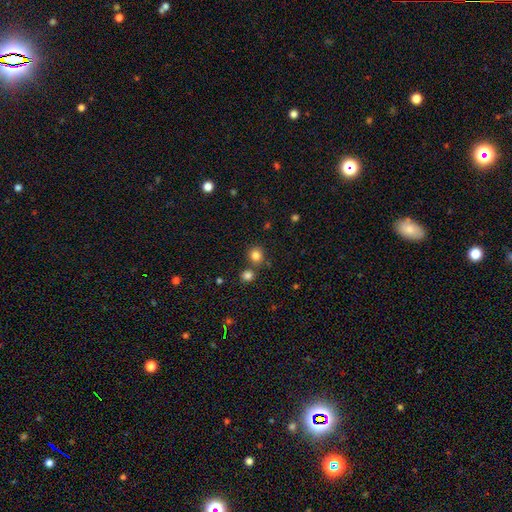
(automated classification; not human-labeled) The model was most divided on "merging": none: 74%, merger: 16%, minor disturbance: 8%, major disturbance: 3%. More confident: how rounded — round (86%); smooth or featured — smooth (82%).